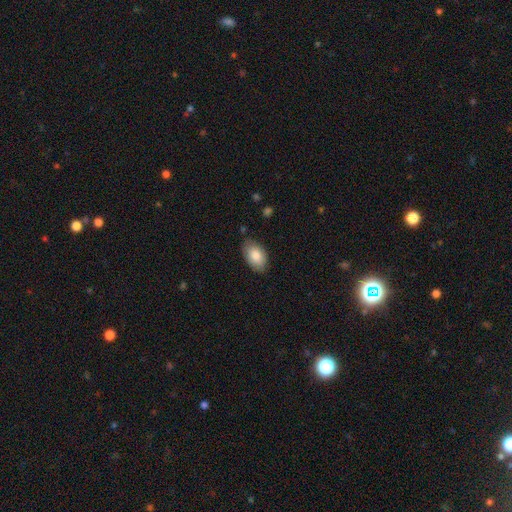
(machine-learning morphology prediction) Smooth or featured: smooth — 84% (featured or disk — 10%)
How rounded: in between — 93% (round — 6%)
Merging: none — 80% (minor disturbance — 16%)